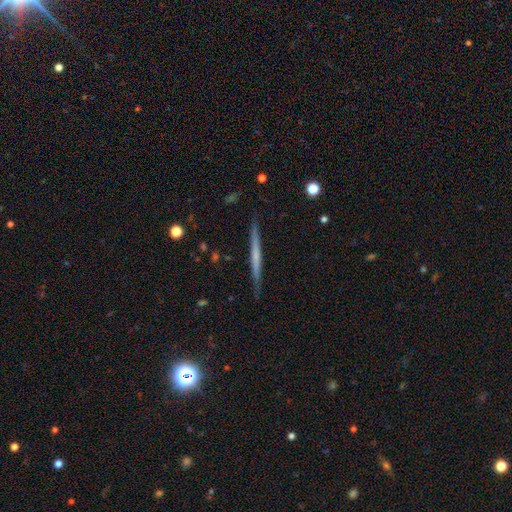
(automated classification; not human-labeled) Smooth or featured? Predicted: featured or disk (p=0.56). Edge-on disk? Predicted: yes (p=0.97). Edge-on bulge? Predicted: none (p=0.83). Merging? Predicted: none (p=0.87).